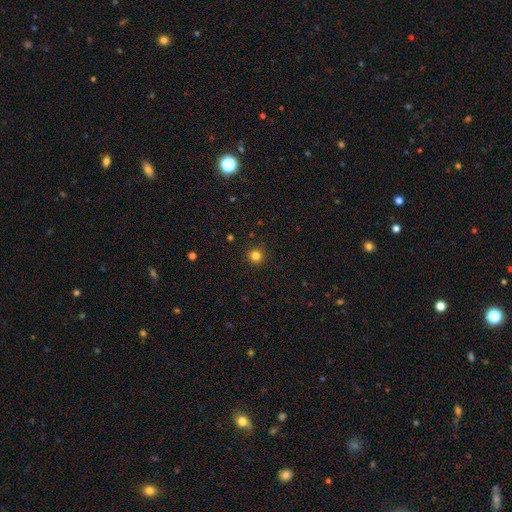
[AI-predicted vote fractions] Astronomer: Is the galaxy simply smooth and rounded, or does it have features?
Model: smooth — 82%.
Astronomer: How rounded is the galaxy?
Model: round — 95%.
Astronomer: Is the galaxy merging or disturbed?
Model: none — 92%.